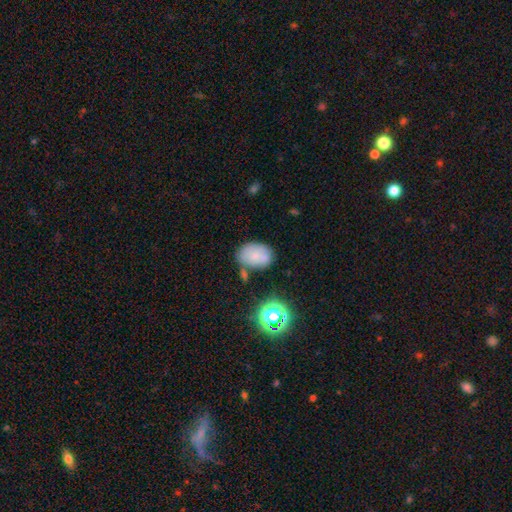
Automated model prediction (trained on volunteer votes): The model was most divided on "merging": none: 56%, minor disturbance: 22%, merger: 14%, major disturbance: 7%. More confident: how rounded — in between (81%); smooth or featured — smooth (71%).